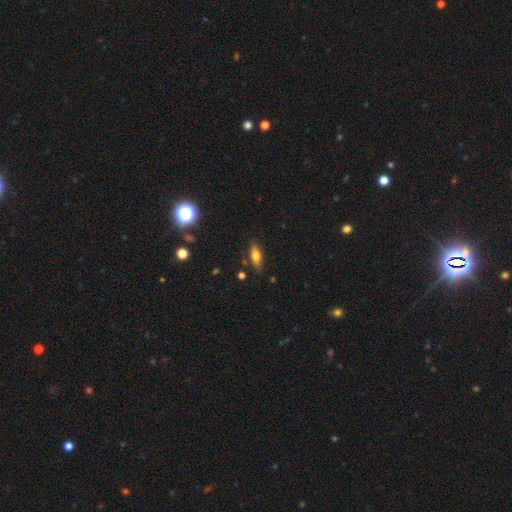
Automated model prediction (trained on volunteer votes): Smooth or featured? Predicted: smooth (p=0.64). How rounded? Predicted: in between (p=0.60). Merging? Predicted: none (p=0.80).